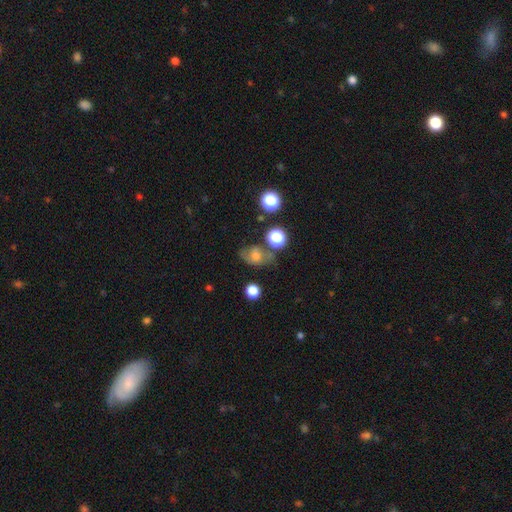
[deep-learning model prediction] A smooth galaxy with no disk features (52%) that is in between round and cigar-shaped (60%).

Vote fractions:
- Smooth or featured? smooth: 52% / featured or disk: 33% / star or artifact: 15%
- How rounded? in between: 60% / round: 38% / cigar-shaped: 2%
- Merging? none: 54% / minor disturbance: 25% / major disturbance: 12% / merger: 9%